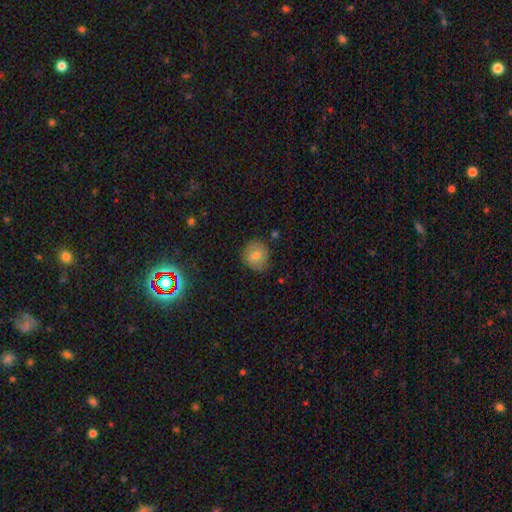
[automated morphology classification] This is likely a smooth galaxy (63%). How rounded: clearly round (83%). Merging: clearly none (80%).